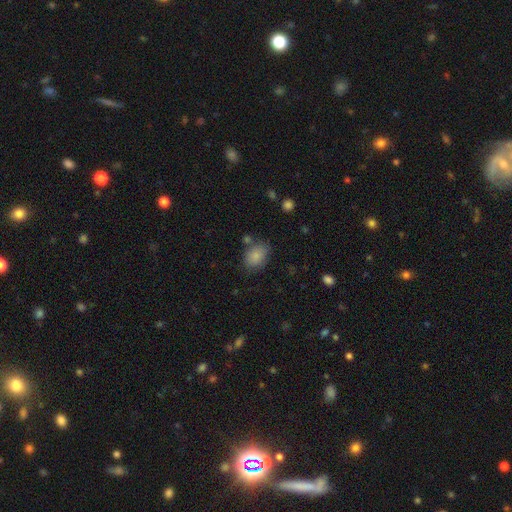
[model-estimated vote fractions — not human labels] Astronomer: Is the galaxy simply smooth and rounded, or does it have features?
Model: smooth — 85%.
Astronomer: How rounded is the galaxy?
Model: in between — 76%.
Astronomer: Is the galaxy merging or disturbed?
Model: none — 69%.